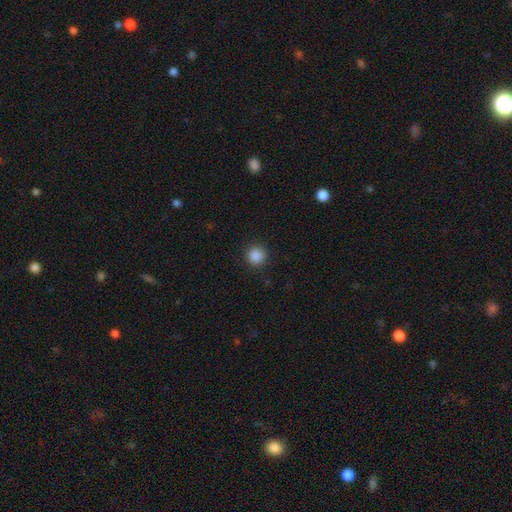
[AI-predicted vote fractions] smooth-or-featured: smooth: 87% | star or artifact: 10% | featured or disk: 3%
  how-rounded: round: 94% | in between: 5% | cigar-shaped: 1%
  merging: none: 91% | minor disturbance: 6% | major disturbance: 2% | merger: 1%